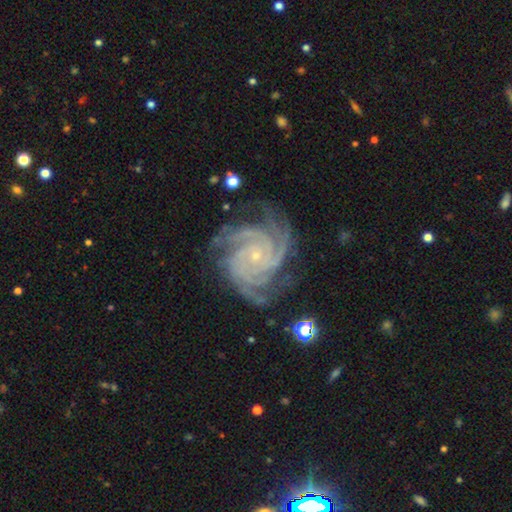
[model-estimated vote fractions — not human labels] Smooth or featured?
  - featured or disk: 92% *
  - star or artifact: 5%
  - smooth: 2%
Edge-on disk?
  - no: 98% *
  - yes: 2%
Bar?
  - no: 75% *
  - weak: 17%
  - strong: 8%
Spiral arms?
  - yes: 99% *
  - no: 1%
Spiral winding?
  - tight: 76% *
  - medium: 22%
  - loose: 2%
Spiral arm count?
  - 4: 44% *
  - 3: 24%
  - more than 4: 11%
  - can't tell: 8%
  - 2: 7%
  - 1: 6%
Bulge size?
  - small: 86% *
  - moderate: 11%
  - none: 2%
  - large: 1%
  - dominant: 1%
Merging?
  - none: 76% *
  - minor disturbance: 16%
  - major disturbance: 6%
  - merger: 2%